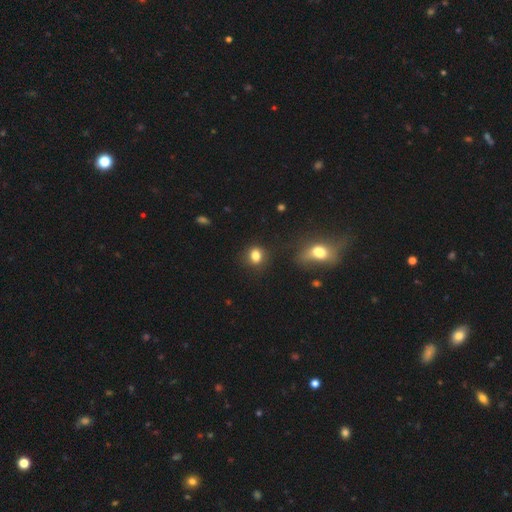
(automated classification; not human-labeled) smooth 80%, star or artifact 12%, featured or disk 8%. Down the decision tree: how rounded — round (60%); merging — none (78%).